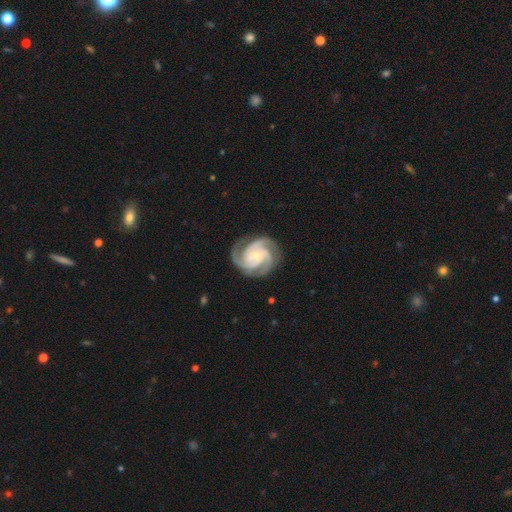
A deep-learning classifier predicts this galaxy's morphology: type=featured or disk (94%); edge-on=no (98%); bar=no (69%); spiral arms=yes (99%); winding=tight (62%); arm count=3 (72%); bulge=small (62%); merging=none (80%).